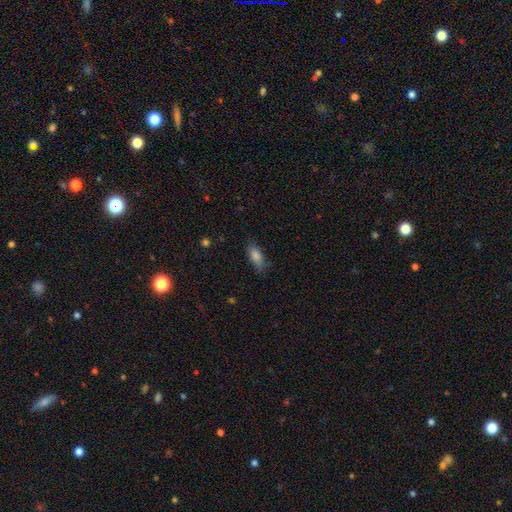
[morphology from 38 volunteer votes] A smooth galaxy with no disk features (84%) that is in between round and cigar-shaped (66%). Merging: none (83%).